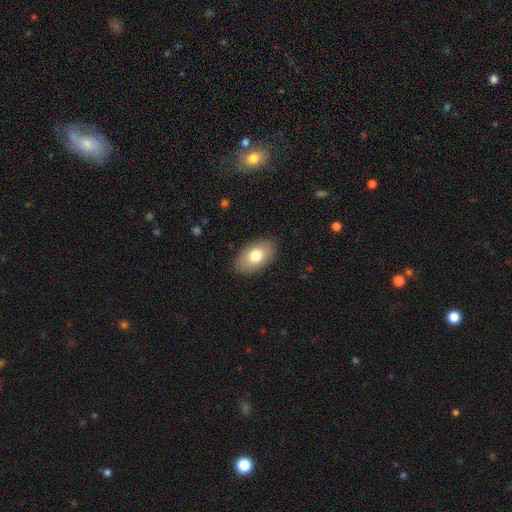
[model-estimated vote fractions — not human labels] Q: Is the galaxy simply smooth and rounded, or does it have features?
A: smooth — 77%.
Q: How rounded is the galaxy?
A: in between — 93%.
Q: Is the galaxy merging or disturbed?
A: none — 87%.